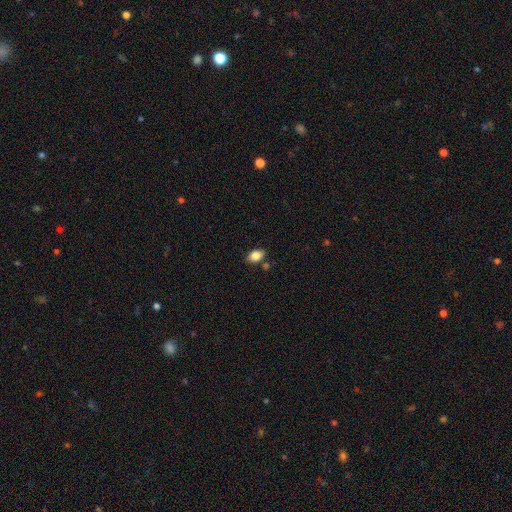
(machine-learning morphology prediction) smooth_or_featured: smooth (p=0.84) [alt: star or artifact p=0.09]
how_rounded: in between (p=0.87) [alt: round p=0.12]
merging: none (p=0.80) [alt: minor disturbance p=0.12]